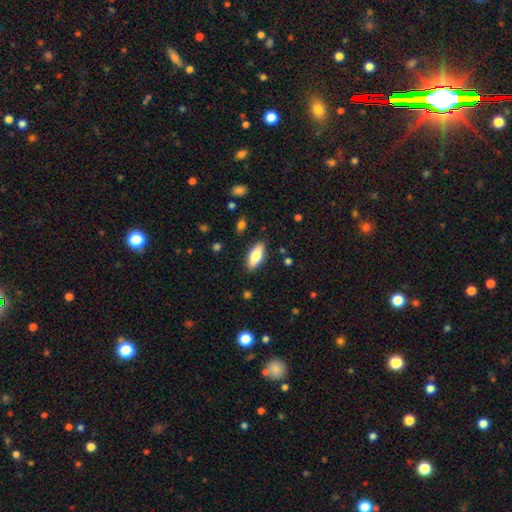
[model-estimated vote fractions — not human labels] Smooth or featured?
  - smooth: 76% *
  - featured or disk: 18%
  - star or artifact: 6%
How rounded?
  - in between: 77% *
  - cigar-shaped: 21%
  - round: 2%
Merging?
  - none: 87% *
  - minor disturbance: 9%
  - major disturbance: 2%
  - merger: 1%